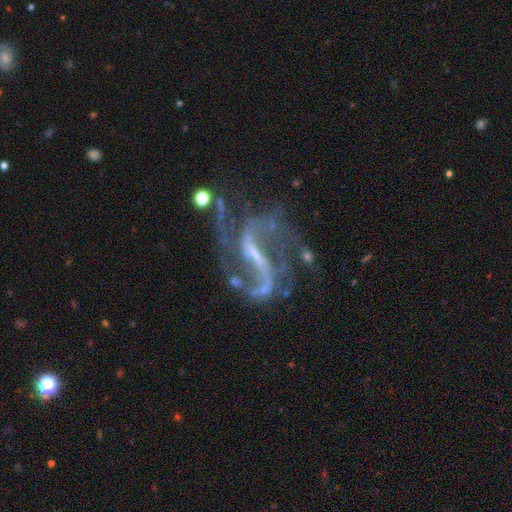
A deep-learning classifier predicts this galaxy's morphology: Smooth or featured: featured or disk — 88% (star or artifact — 8%)
Edge-on disk: no — 97% (yes — 3%)
Bar: strong — 54% (weak — 34%)
Spiral arms: yes — 94% (no — 6%)
Spiral winding: loose — 60% (medium — 32%)
Spiral arm count: 2 — 77% (can't tell — 7%)
Bulge size: small — 53% (none — 31%)
Merging: none — 45% (major disturbance — 29%)